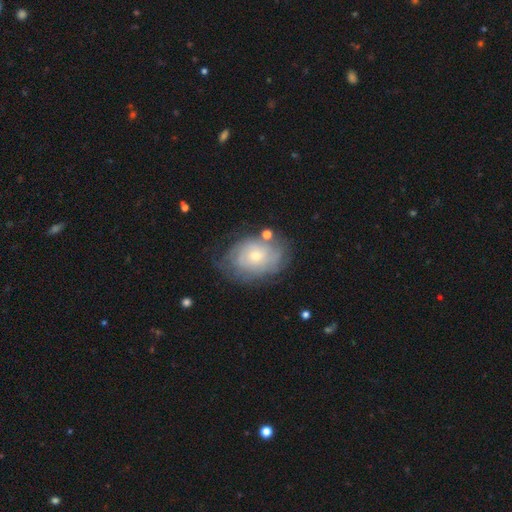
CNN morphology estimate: Q: Smooth or featured?
A: featured or disk (65%); runner-up: smooth (28%)
Q: Edge-on disk?
A: no (96%); runner-up: yes (4%)
Q: Bar?
A: no (77%); runner-up: weak (20%)
Q: Spiral arms?
A: yes (78%); runner-up: no (22%)
Q: Bulge size?
A: small (52%); runner-up: moderate (43%)
Q: Merging?
A: none (62%); runner-up: minor disturbance (23%)